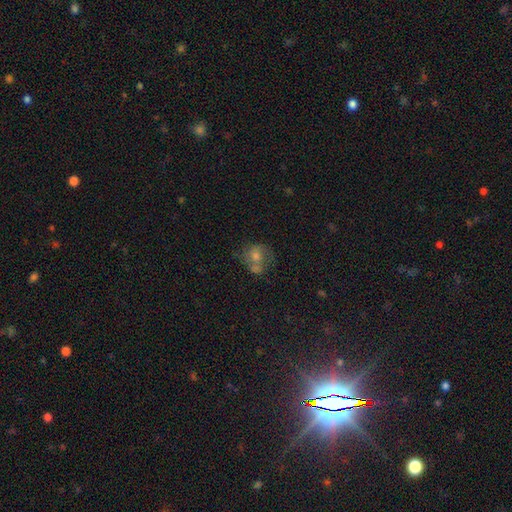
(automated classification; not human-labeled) smooth-or-featured: smooth: 43% | featured or disk: 40% | star or artifact: 17%
  merging: none: 41% | merger: 32% | minor disturbance: 16% | major disturbance: 10%